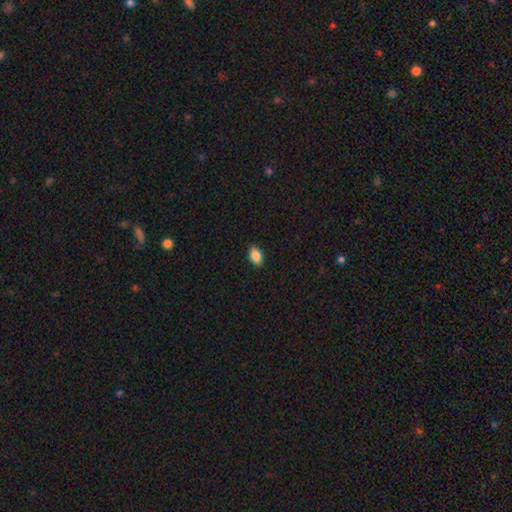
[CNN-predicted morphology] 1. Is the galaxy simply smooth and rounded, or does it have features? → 85% smooth, 8% star or artifact, 7% featured or disk.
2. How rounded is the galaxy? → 87% in between, 10% round, 3% cigar-shaped.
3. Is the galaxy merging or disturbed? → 88% none, 9% minor disturbance, 2% major disturbance, 1% merger.